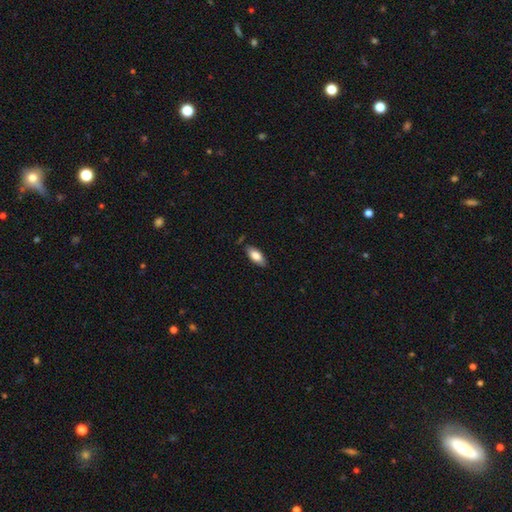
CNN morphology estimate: This appears to be a smooth galaxy with no disk features (79%) that is in between round and cigar-shaped (87%). Merging: none (81%).